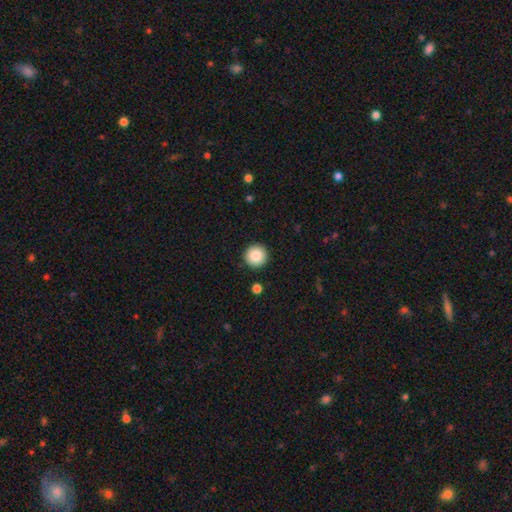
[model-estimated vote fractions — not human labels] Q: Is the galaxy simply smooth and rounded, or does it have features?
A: smooth — 86%.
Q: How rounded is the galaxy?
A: round — 96%.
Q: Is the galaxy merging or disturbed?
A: none — 92%.